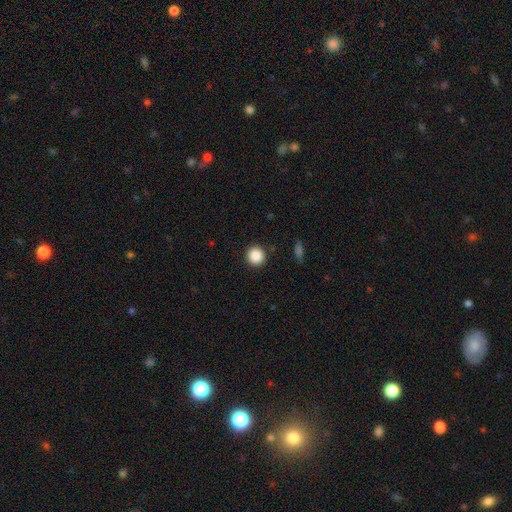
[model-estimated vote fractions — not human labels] smooth-or-featured: smooth: 88% | star or artifact: 9% | featured or disk: 3%
  how-rounded: round: 94% | in between: 5% | cigar-shaped: 1%
  merging: none: 91% | minor disturbance: 6% | major disturbance: 2% | merger: 1%